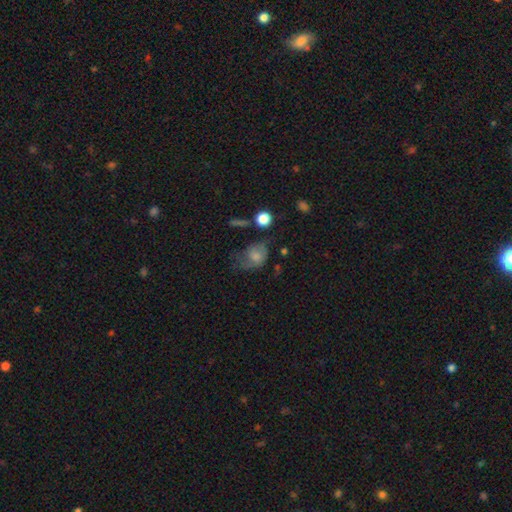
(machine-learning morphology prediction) Smooth or featured? Predicted: smooth (p=0.62). How rounded? Predicted: in between (p=0.59). Merging? Predicted: major disturbance (p=0.38).